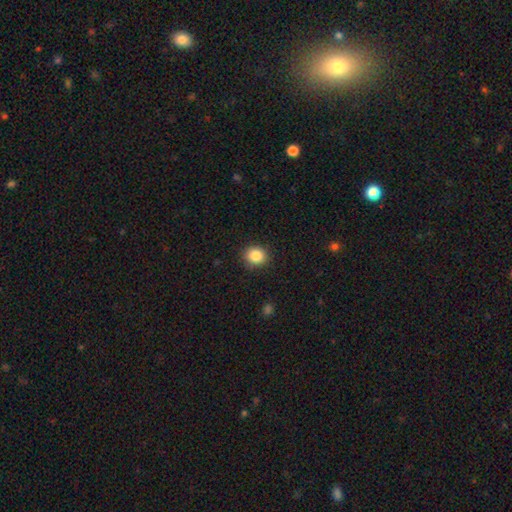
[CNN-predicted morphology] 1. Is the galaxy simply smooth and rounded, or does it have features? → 86% smooth, 10% star or artifact, 5% featured or disk.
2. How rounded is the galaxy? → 74% round, 25% in between, 1% cigar-shaped.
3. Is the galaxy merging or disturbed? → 89% none, 7% minor disturbance, 2% major disturbance, 1% merger.